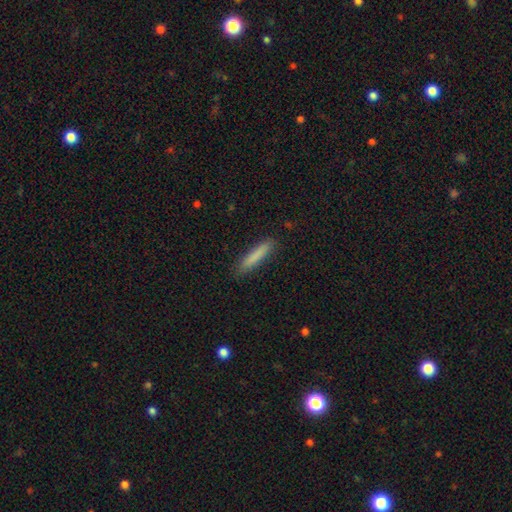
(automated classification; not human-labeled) This is clearly a smooth galaxy (84%). How rounded: clearly cigar-shaped (90%). Merging: clearly none (88%).